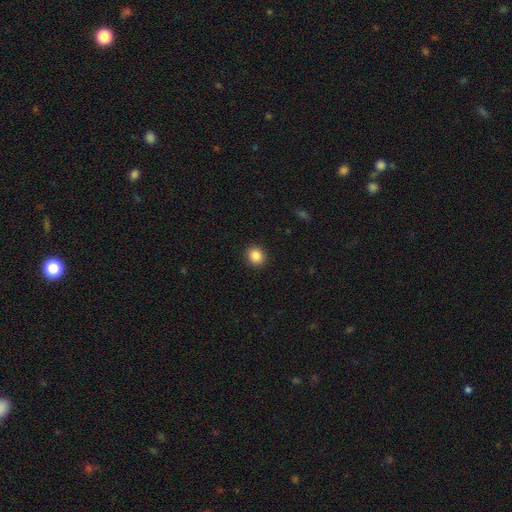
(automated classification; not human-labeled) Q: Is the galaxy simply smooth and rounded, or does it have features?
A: smooth — 87%.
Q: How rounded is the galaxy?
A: round — 74%.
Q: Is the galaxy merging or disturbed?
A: none — 91%.